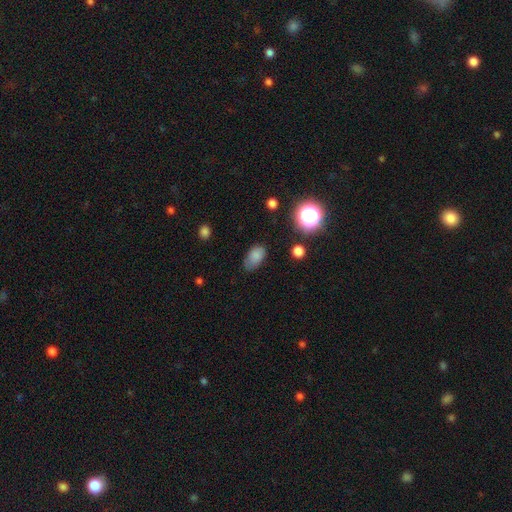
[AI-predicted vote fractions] This appears to be a smooth galaxy with no disk features (79%) that is in between round and cigar-shaped (89%). Merging: none (66%).